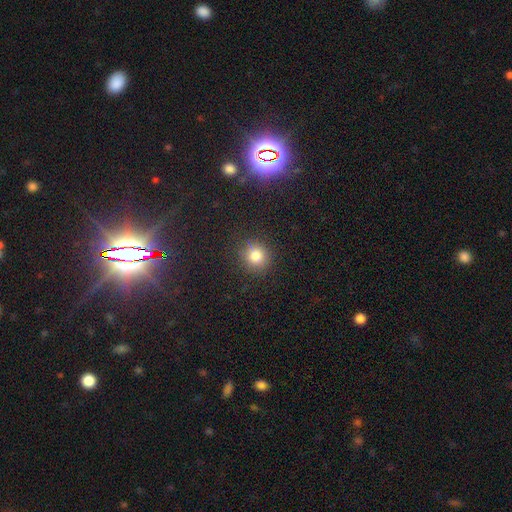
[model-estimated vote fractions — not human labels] This is clearly a smooth galaxy (80%). How rounded: clearly round (89%). Merging: clearly none (88%).